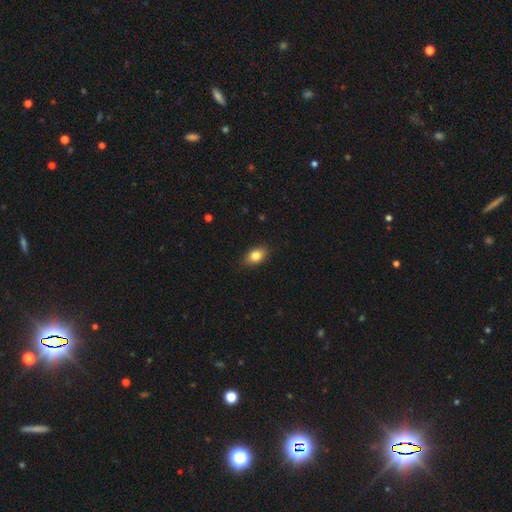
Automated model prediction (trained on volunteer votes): Smooth or featured: smooth — 83% (featured or disk — 9%)
How rounded: in between — 83% (round — 15%)
Merging: none — 87% (minor disturbance — 10%)